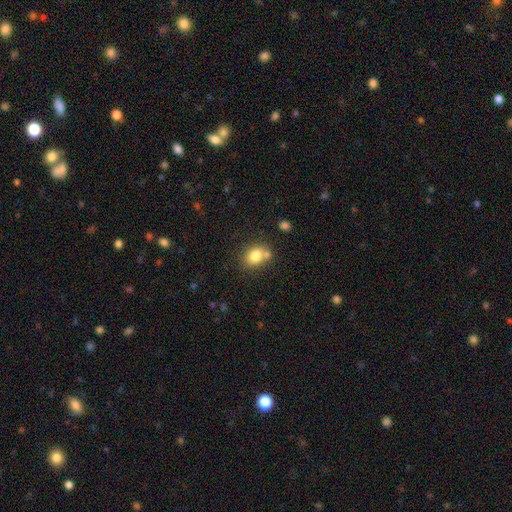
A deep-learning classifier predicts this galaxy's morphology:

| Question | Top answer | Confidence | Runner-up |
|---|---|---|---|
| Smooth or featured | smooth | 79% | star or artifact (10%) |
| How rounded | in between | 50% | round (49%) |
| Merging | none | 58% | merger (24%) |